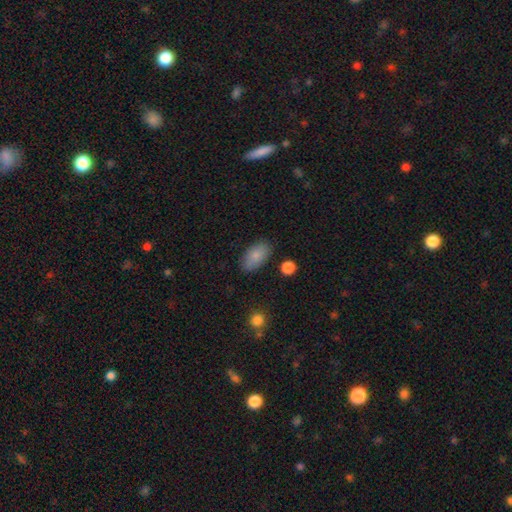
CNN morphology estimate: Overall: smooth (84%). How rounded: in between (92%). Merging: none (82%).